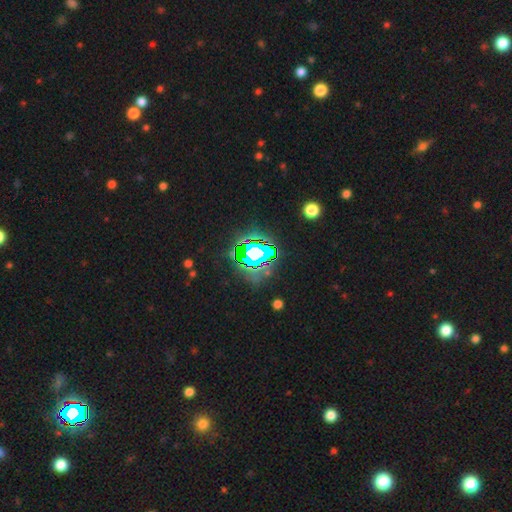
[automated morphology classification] Q: Smooth or featured?
A: star or artifact (78%); runner-up: smooth (13%)